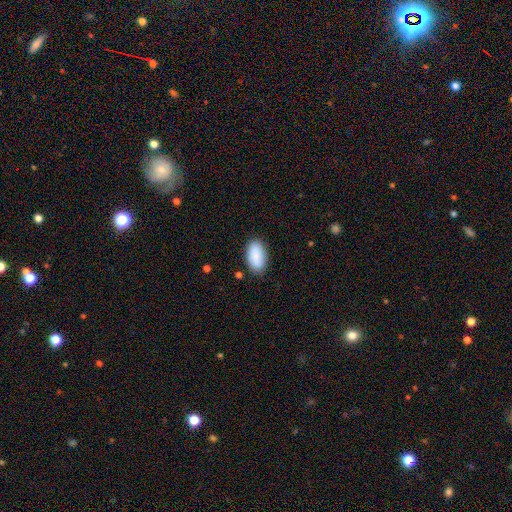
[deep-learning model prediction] smooth_or_featured: smooth (p=0.88) [alt: star or artifact p=0.06]
how_rounded: in between (p=0.95) [alt: round p=0.03]
merging: none (p=0.84) [alt: minor disturbance p=0.12]